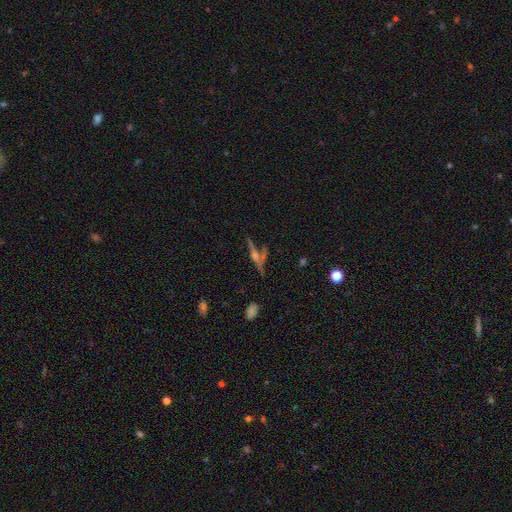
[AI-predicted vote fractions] smooth_or_featured: featured or disk (p=0.63) [alt: smooth p=0.19]
disk_edge_on: yes (p=0.81) [alt: no p=0.19]
edge_on_bulge: rounded (p=0.82) [alt: none p=0.12]
merging: none (p=0.57) [alt: minor disturbance p=0.16]